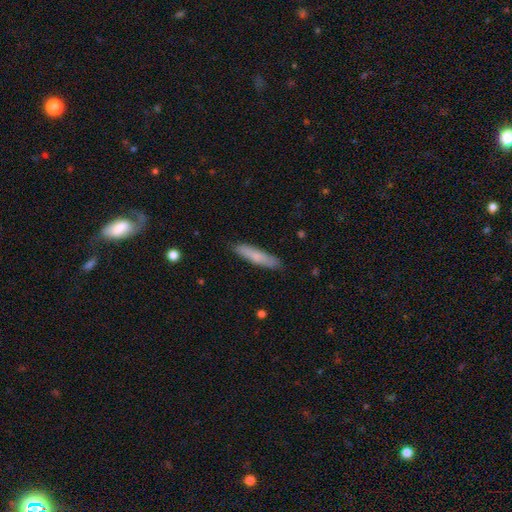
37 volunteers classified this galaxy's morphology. Smooth or featured: smooth — 62% (featured or disk — 35%)
How rounded: cigar-shaped — 91% (round — 4%)
Merging: none — 86% (minor disturbance — 14%)